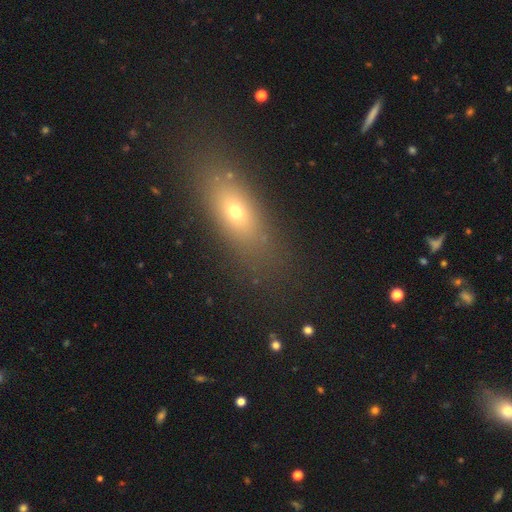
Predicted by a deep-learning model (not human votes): Smooth or featured: smooth — 58% (star or artifact — 21%)
How rounded: in between — 57% (cigar-shaped — 34%)
Merging: none — 85% (minor disturbance — 9%)